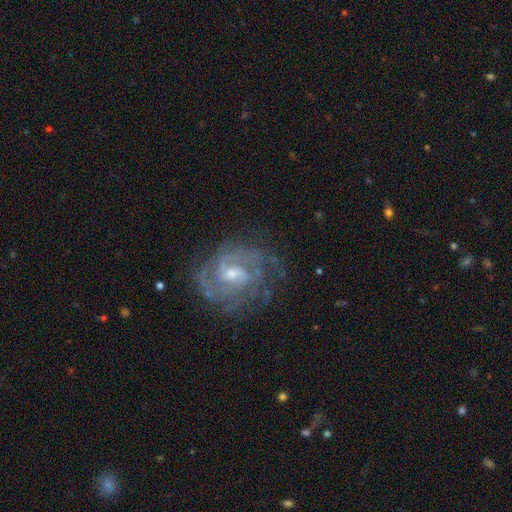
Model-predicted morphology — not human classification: type=featured or disk (80%); edge-on=no (97%); bar=weak (51%); spiral arms=yes (94%); winding=tight (60%); arm count=2 (37%); bulge=moderate (50%); merging=none (77%).